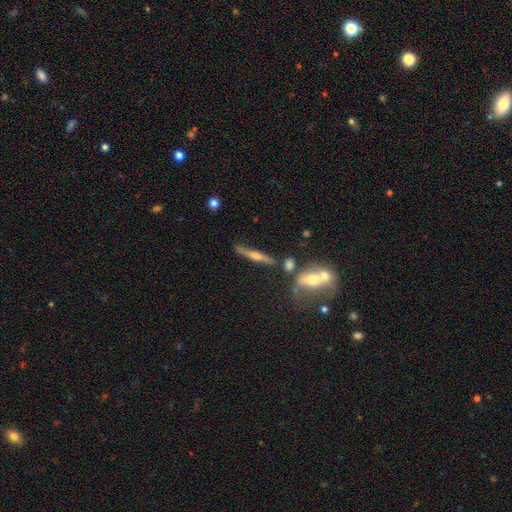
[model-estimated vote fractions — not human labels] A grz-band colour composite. It shows a featured or disk galaxy (75%) viewed edge-on (95%) with a rounded central bulge (93%). Merging: none (77%).